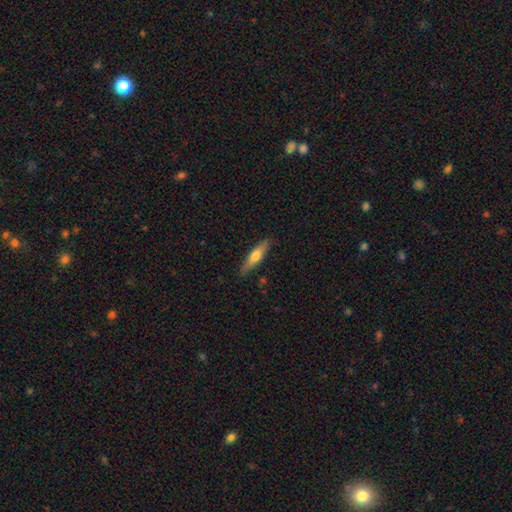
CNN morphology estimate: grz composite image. It shows a smooth galaxy with no disk features (56%) that is cigar-shaped (76%). Merging: none (86%).